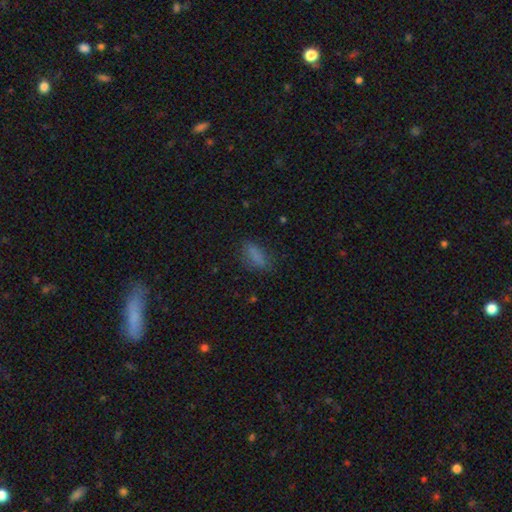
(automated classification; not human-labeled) This is likely a smooth galaxy (79%). How rounded: likely in between (76%). Merging: likely none (73%).